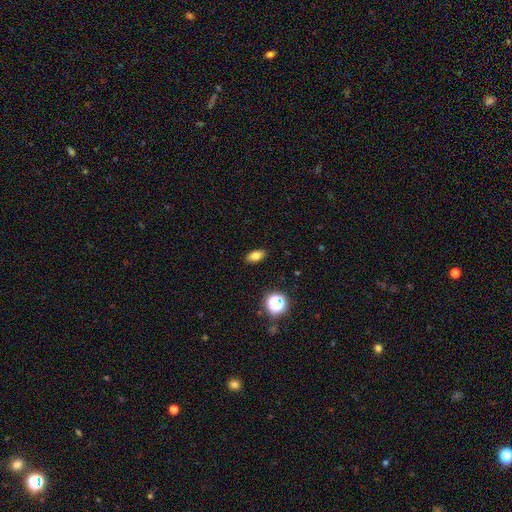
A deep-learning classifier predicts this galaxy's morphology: smooth-or-featured: smooth: 76% | star or artifact: 13% | featured or disk: 11%
  how-rounded: in between: 85% | round: 8% | cigar-shaped: 6%
  merging: none: 89% | minor disturbance: 8% | major disturbance: 2% | merger: 1%